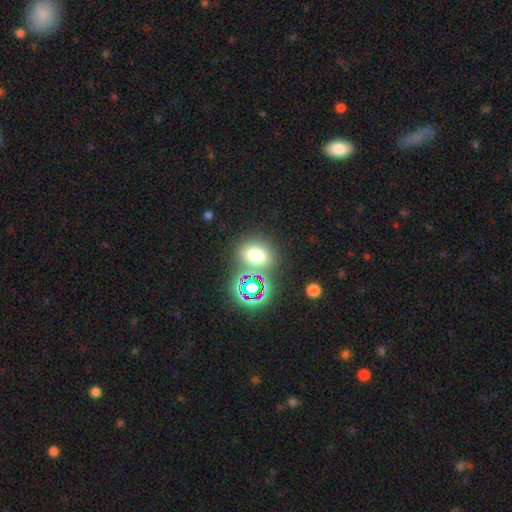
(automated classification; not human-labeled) Smooth or featured? smooth (63%)
How rounded? round (49%, tied with in between)
Merging? none (70%)